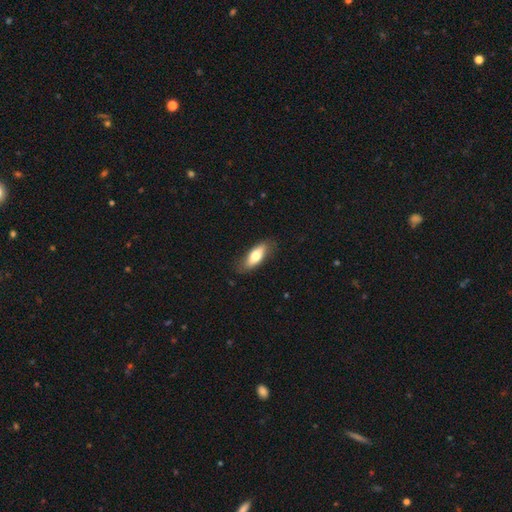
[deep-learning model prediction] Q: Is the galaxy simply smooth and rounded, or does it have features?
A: smooth — 72%.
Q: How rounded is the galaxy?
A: in between — 71%.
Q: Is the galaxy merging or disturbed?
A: none — 79%.